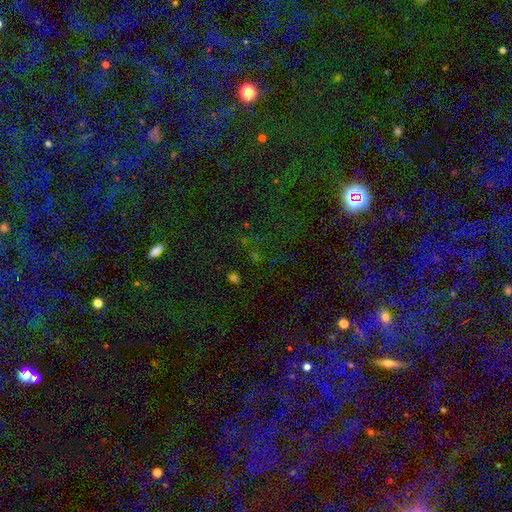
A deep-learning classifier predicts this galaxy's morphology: Smooth or featured?
  - star or artifact: 73% *
  - smooth: 17%
  - featured or disk: 10%